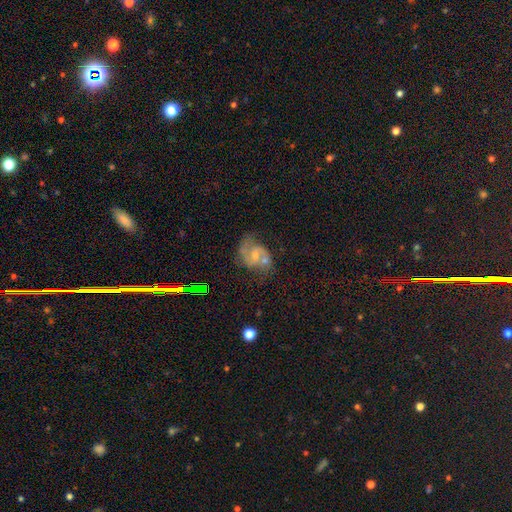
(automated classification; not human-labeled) Smooth or featured? featured or disk (76%)
Edge-on disk? no (98%)
Bar? no (45%, tied with weak)
Spiral arms? yes (91%)
Spiral winding? medium (53%)
Spiral arm count? 2 (85%)
Bulge size? small (49%)
Merging? none (49%)